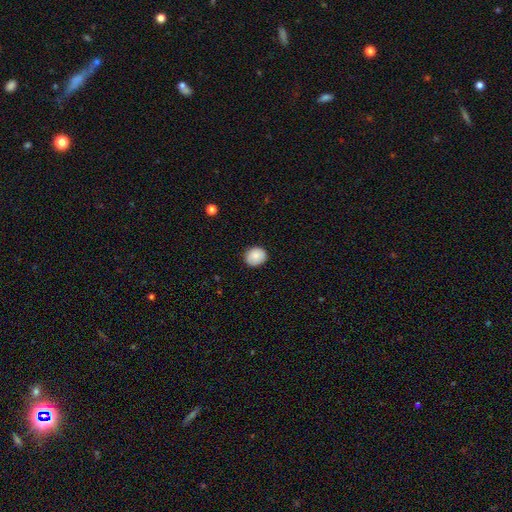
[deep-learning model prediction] This appears to be a smooth galaxy with no disk features (85%) that is round (65%). Merging: none (84%).